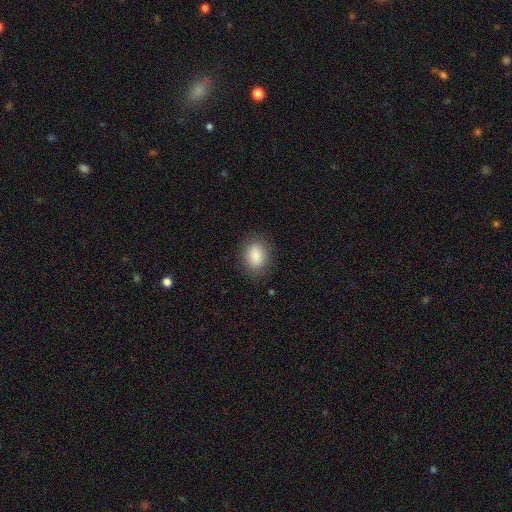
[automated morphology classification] smooth_or_featured: smooth (p=0.88) [alt: star or artifact p=0.07]
how_rounded: in between (p=0.69) [alt: round p=0.30]
merging: none (p=0.85) [alt: minor disturbance p=0.10]